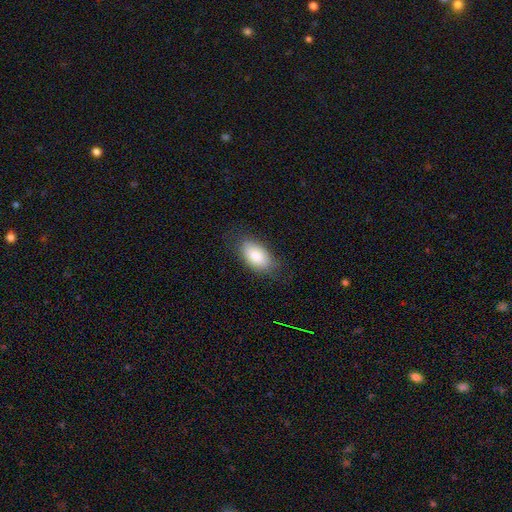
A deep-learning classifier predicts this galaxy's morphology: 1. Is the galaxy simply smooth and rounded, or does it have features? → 84% smooth, 10% featured or disk, 7% star or artifact.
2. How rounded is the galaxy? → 94% in between, 4% round, 2% cigar-shaped.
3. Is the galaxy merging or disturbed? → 77% none, 18% minor disturbance, 5% major disturbance, 1% merger.